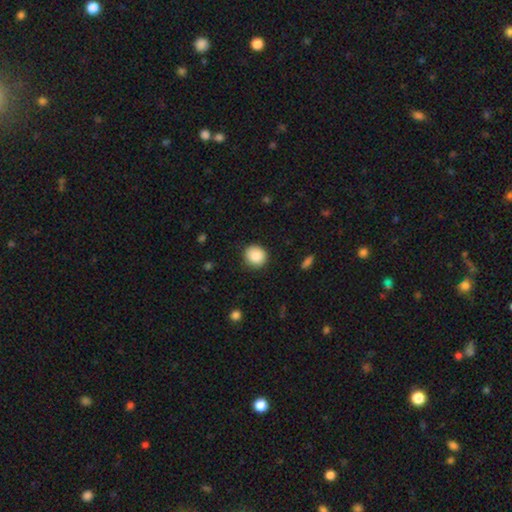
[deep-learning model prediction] A smooth galaxy with no disk features (88%) that is round (89%).

Vote fractions:
- Smooth or featured? smooth: 88% / star or artifact: 8% / featured or disk: 4%
- How rounded? round: 89% / in between: 10% / cigar-shaped: 1%
- Merging? none: 89% / minor disturbance: 7% / major disturbance: 2% / merger: 1%